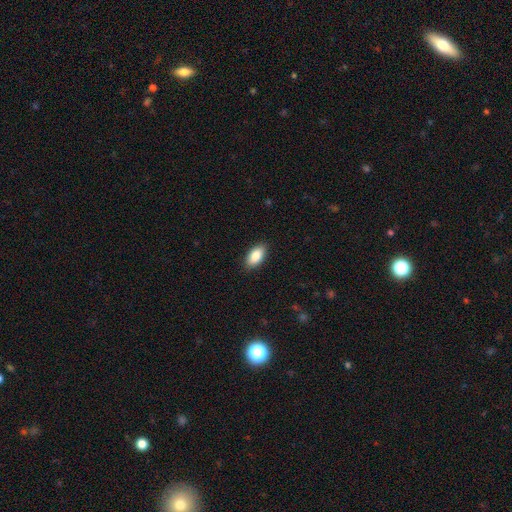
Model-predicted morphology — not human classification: Smooth or featured: smooth — 87% (featured or disk — 7%)
How rounded: in between — 93% (cigar-shaped — 4%)
Merging: none — 89% (minor disturbance — 8%)